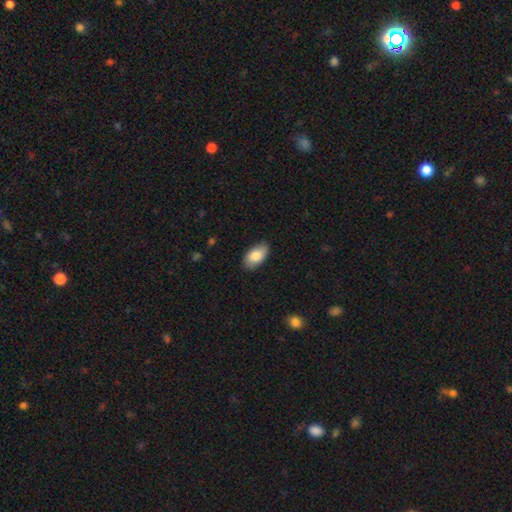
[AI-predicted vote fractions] smooth 83%, featured or disk 11%, star or artifact 6%. Down the decision tree: how rounded — in between (94%); merging — none (85%).